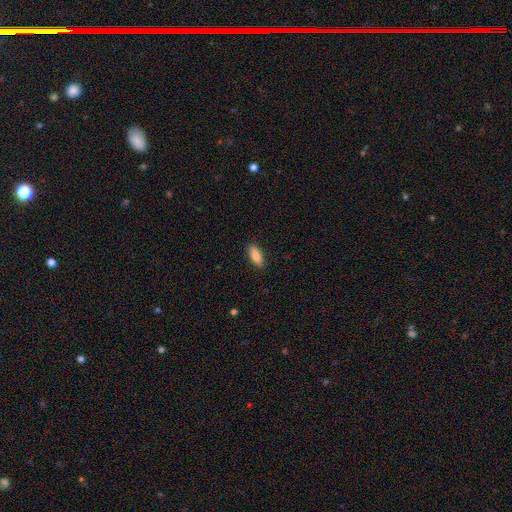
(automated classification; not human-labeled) Q: Smooth or featured?
A: smooth (86%); runner-up: featured or disk (8%)
Q: How rounded?
A: in between (74%); runner-up: cigar-shaped (24%)
Q: Merging?
A: none (89%); runner-up: minor disturbance (9%)